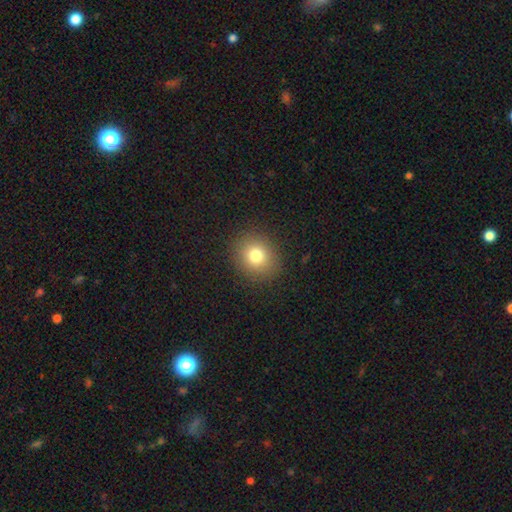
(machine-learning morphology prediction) smooth_or_featured: smooth (p=0.78) [alt: star or artifact p=0.13]
how_rounded: round (p=0.78) [alt: in between p=0.21]
merging: none (p=0.89) [alt: minor disturbance p=0.07]